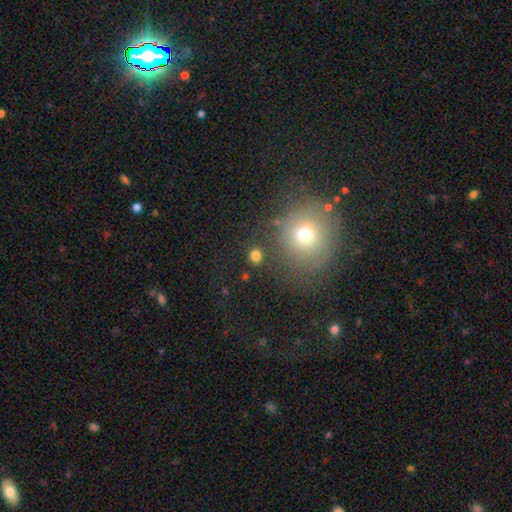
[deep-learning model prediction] The model was most divided on "smooth or featured": smooth: 79%, star or artifact: 15%, featured or disk: 6%. More confident: how rounded — round (84%); merging — none (84%).